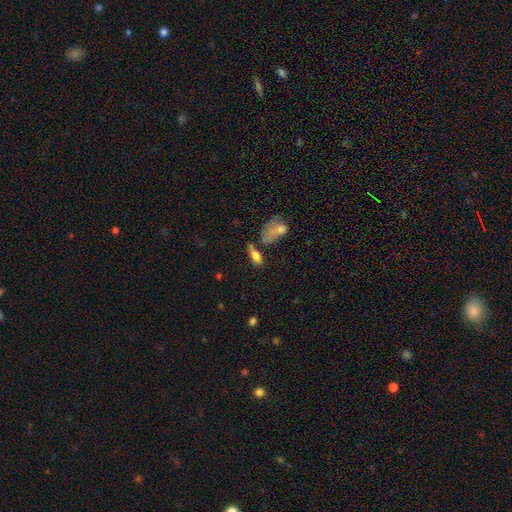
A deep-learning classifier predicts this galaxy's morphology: Smooth or featured: smooth — 72% (featured or disk — 18%)
How rounded: in between — 80% (cigar-shaped — 14%)
Merging: none — 46% (minor disturbance — 21%)